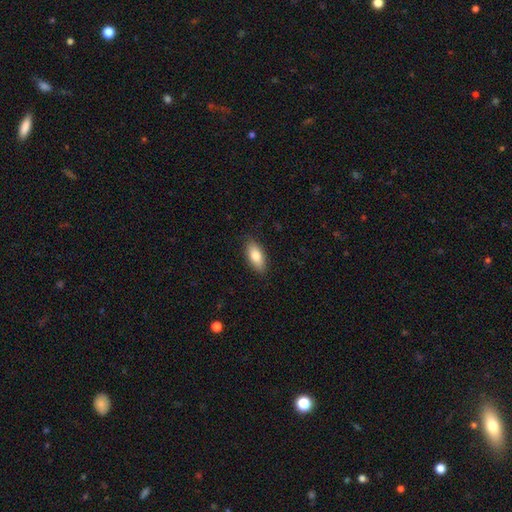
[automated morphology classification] smooth-or-featured: smooth: 82% | featured or disk: 12% | star or artifact: 6%
  how-rounded: in between: 86% | cigar-shaped: 12% | round: 3%
  merging: none: 87% | minor disturbance: 10% | major disturbance: 2% | merger: 1%